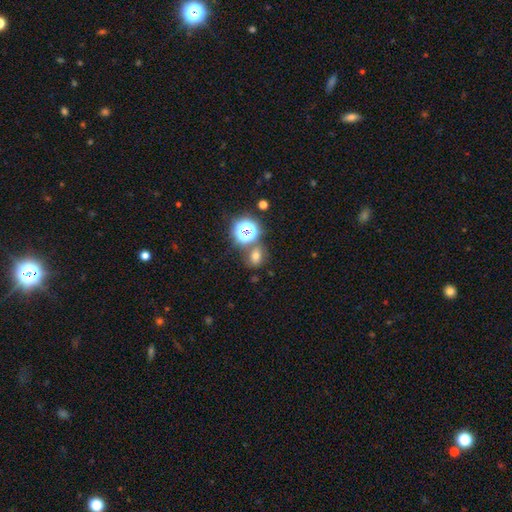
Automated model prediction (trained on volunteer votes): Overall: smooth (61%; star or artifact 29%). How rounded: round (54%; in between 44%). Merging: none (72%).